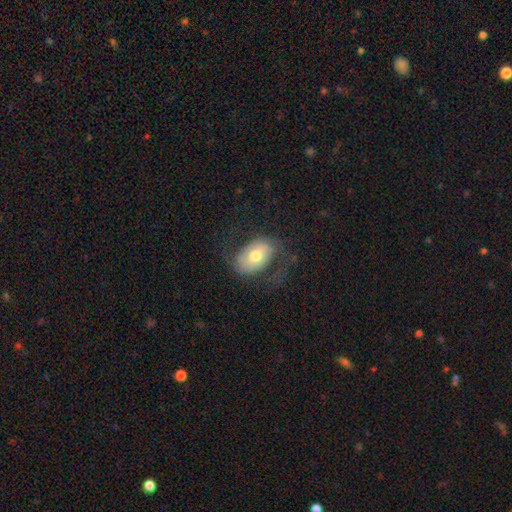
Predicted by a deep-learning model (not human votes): Morphology: type=featured or disk (54%); edge-on=no (94%); bar=no (47%); spiral arms=yes (73%); bulge=moderate (72%); merging=none (61%).